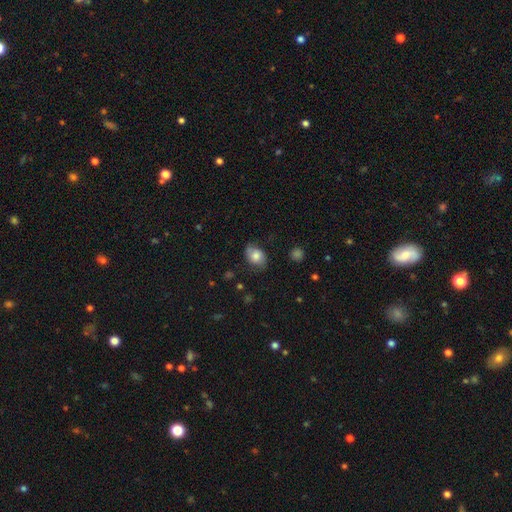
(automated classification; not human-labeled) A smooth galaxy with no disk features (67%) that is in between round and cigar-shaped (70%). Merging: none (66%).